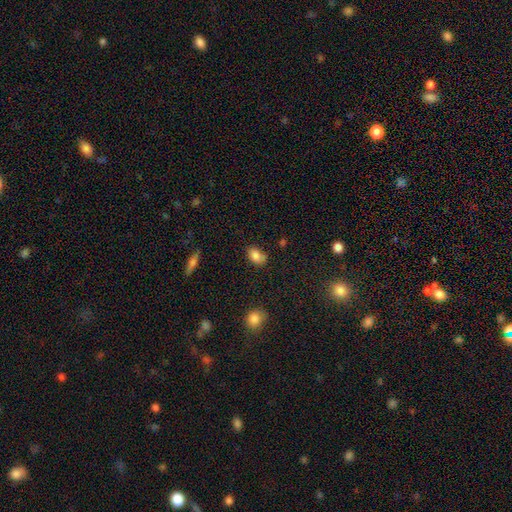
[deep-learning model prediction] Smooth or featured?
  - smooth: 83% *
  - star or artifact: 10%
  - featured or disk: 7%
How rounded?
  - in between: 83% *
  - round: 15%
  - cigar-shaped: 2%
Merging?
  - none: 64% *
  - minor disturbance: 25%
  - merger: 6%
  - major disturbance: 5%